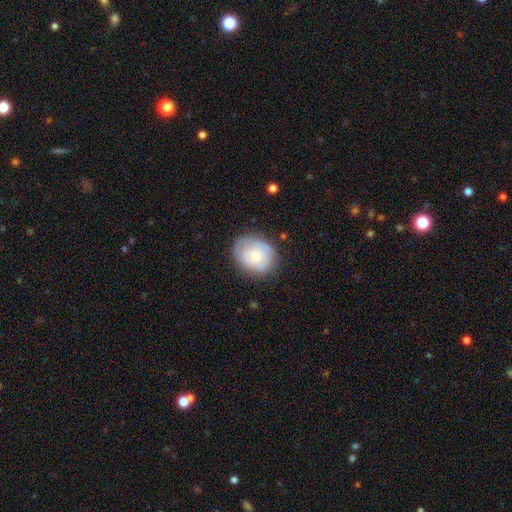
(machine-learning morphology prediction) Overall: featured or disk (51%; smooth 42%). Edge-on disk: no (97%). Merging: none (74%).